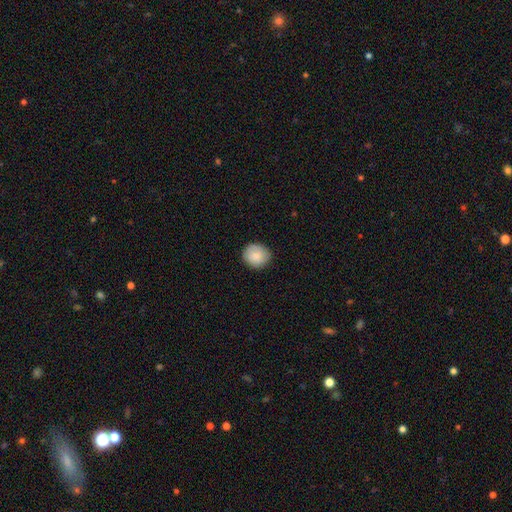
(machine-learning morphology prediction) The model was most divided on "how rounded": round: 80%, in between: 19%, cigar-shaped: 1%. More confident: merging — none (87%); smooth or featured — smooth (85%).